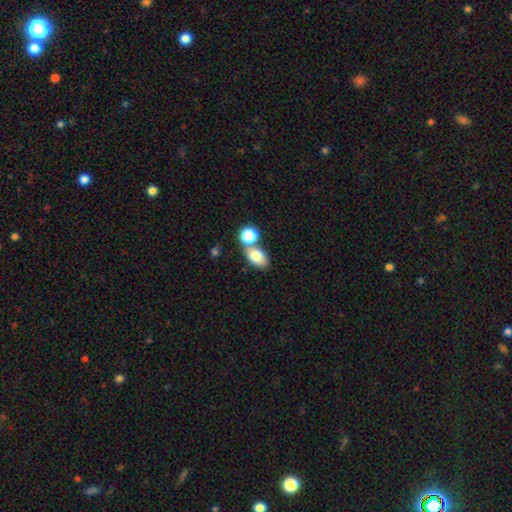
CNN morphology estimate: Smooth or featured: smooth — 76% (featured or disk — 14%)
How rounded: in between — 84% (round — 14%)
Merging: none — 52% (merger — 34%)